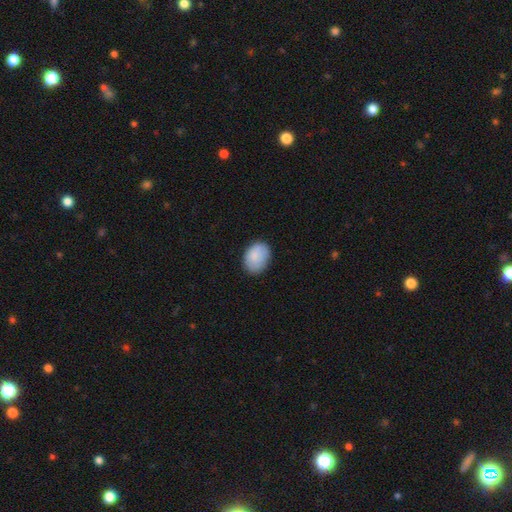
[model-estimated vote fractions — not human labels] This is clearly a smooth galaxy (85%). How rounded: likely in between (78%). Merging: likely none (77%).